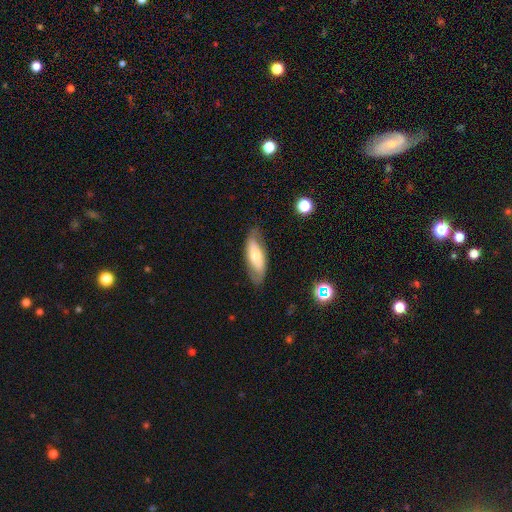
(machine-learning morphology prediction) smooth 51%, featured or disk 43%, star or artifact 6%. Down the decision tree: how rounded — in between (74%); merging — none (74%).